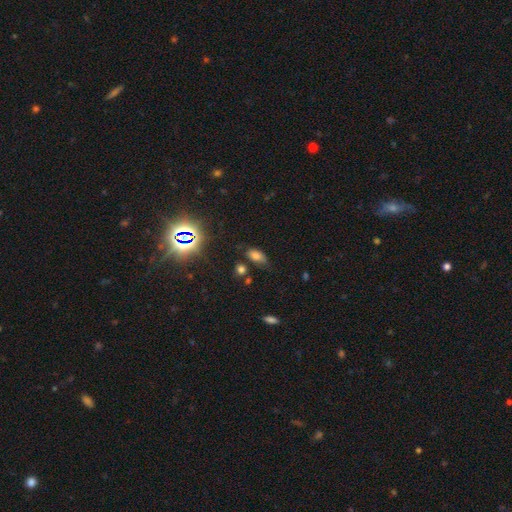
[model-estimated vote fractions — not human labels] smooth 69%, star or artifact 22%, featured or disk 9%. Down the decision tree: how rounded — in between (89%); merging — none (64%).